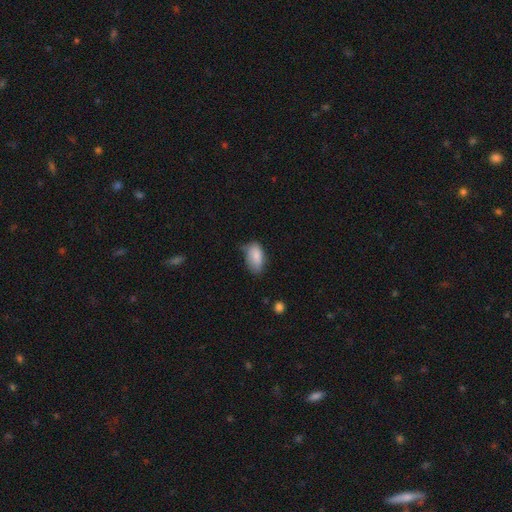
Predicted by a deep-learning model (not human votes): Q: Smooth or featured?
A: smooth (84%); runner-up: featured or disk (9%)
Q: How rounded?
A: in between (93%); runner-up: round (4%)
Q: Merging?
A: none (50%); runner-up: minor disturbance (39%)